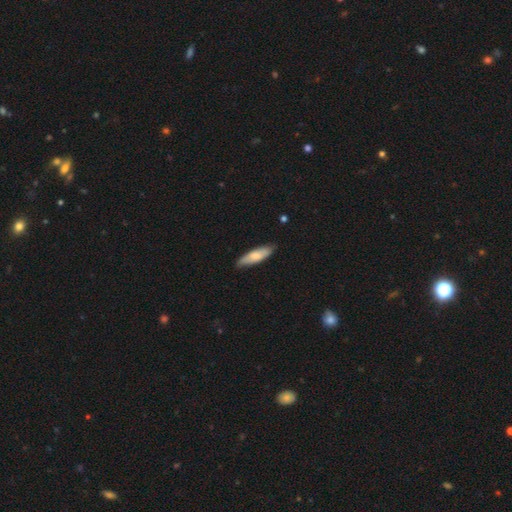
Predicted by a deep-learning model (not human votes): Smooth or featured?
  - smooth: 77% *
  - featured or disk: 18%
  - star or artifact: 5%
How rounded?
  - cigar-shaped: 59% *
  - in between: 39%
  - round: 1%
Merging?
  - none: 83% *
  - minor disturbance: 14%
  - major disturbance: 2%
  - merger: 1%